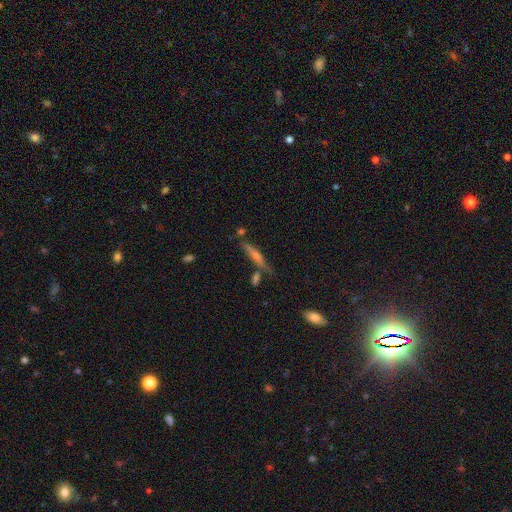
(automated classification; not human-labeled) Morphology: type=featured or disk (54%); edge-on=yes (94%); edge-on bulge=rounded (61%); merging=none (72%).